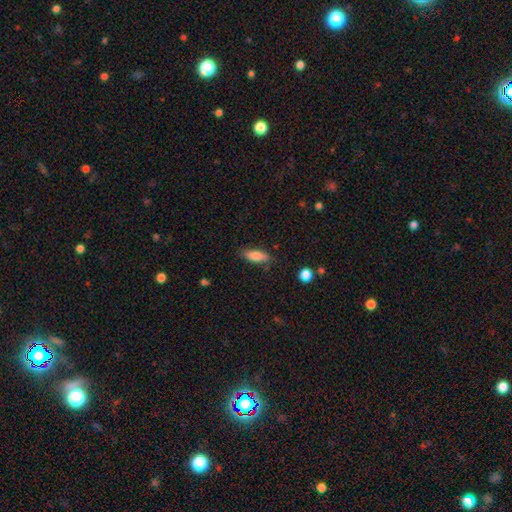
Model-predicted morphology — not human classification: Smooth or featured? Predicted: smooth (p=0.80). How rounded? Predicted: in between (p=0.63). Merging? Predicted: none (p=0.81).